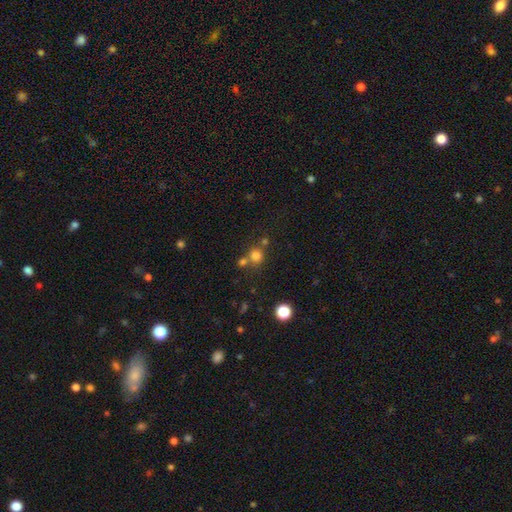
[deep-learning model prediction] smooth_or_featured: smooth (p=0.76) [alt: star or artifact p=0.17]
how_rounded: round (p=0.87) [alt: in between p=0.12]
merging: none (p=0.61) [alt: merger p=0.28]